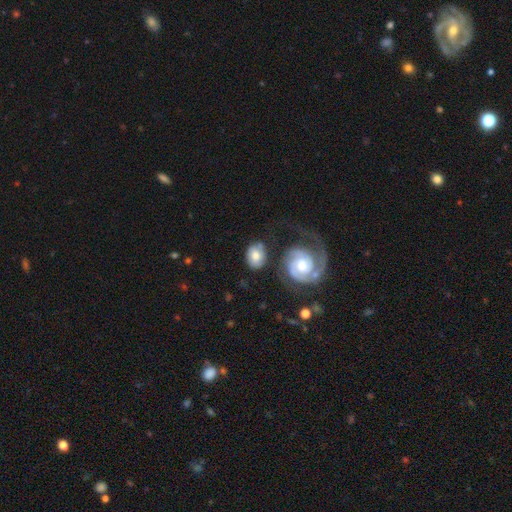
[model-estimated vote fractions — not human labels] The model was most divided on "smooth or featured": smooth: 59%, featured or disk: 35%, star or artifact: 6%. More confident: how rounded — in between (63%); merging — none (61%).